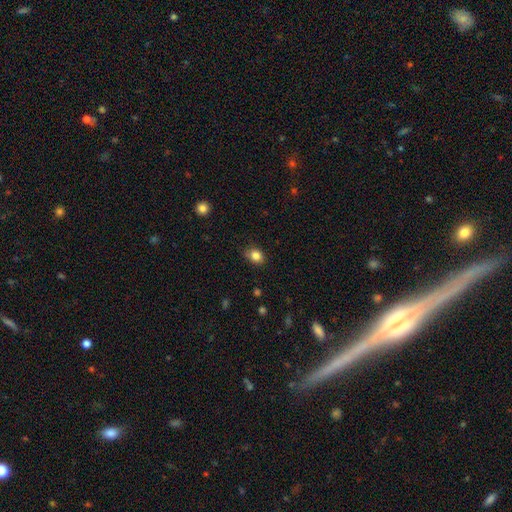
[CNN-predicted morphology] smooth 84%, star or artifact 10%, featured or disk 6%. Down the decision tree: how rounded — in between (52%); merging — none (80%).